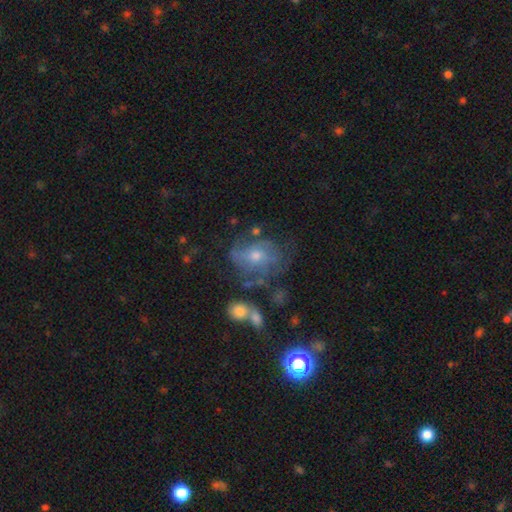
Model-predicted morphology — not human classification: Smooth or featured: featured or disk — 61% (smooth — 27%)
Edge-on disk: no — 96% (yes — 4%)
Bar: no — 70% (weak — 25%)
Spiral arms: yes — 67% (no — 33%)
Bulge size: moderate — 56% (small — 37%)
Merging: none — 49% (minor disturbance — 24%)